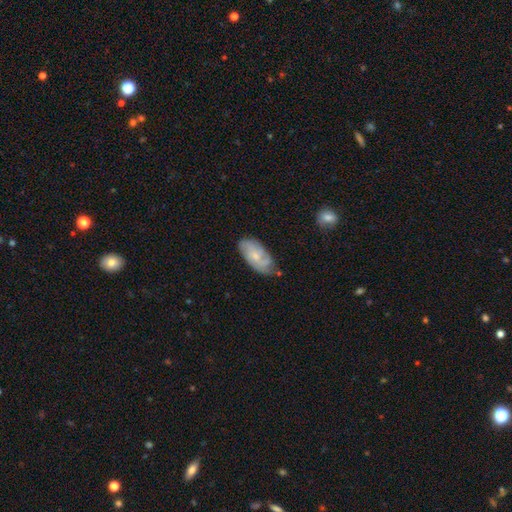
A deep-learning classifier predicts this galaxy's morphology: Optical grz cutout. It shows a featured or disk galaxy (60%) with no bar (69%), spiral arms (87%) and a small central bulge (61%). Merging: none (65%).